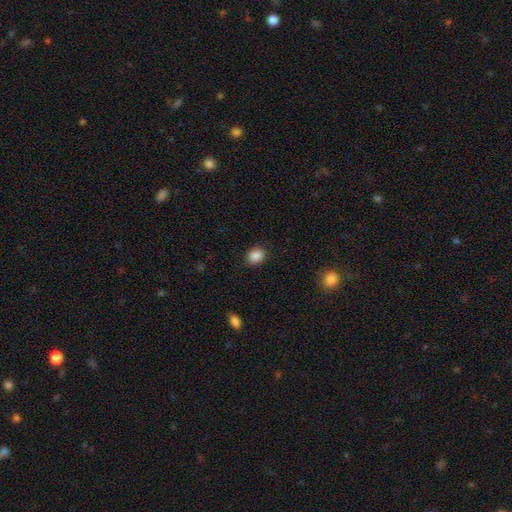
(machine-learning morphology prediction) Smooth or featured? smooth (87%)
How rounded? round (57%)
Merging? none (89%)